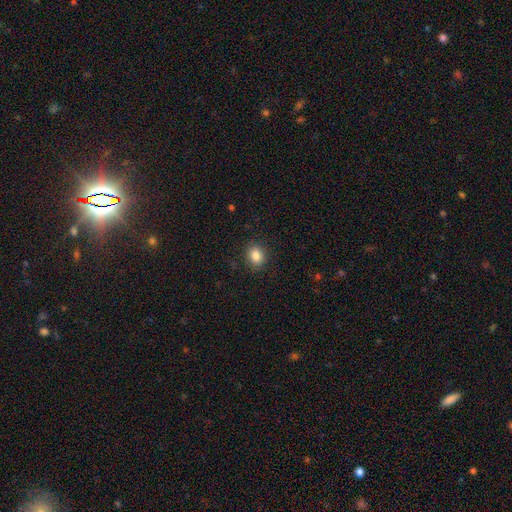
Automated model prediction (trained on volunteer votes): smooth 84%, star or artifact 10%, featured or disk 6%. Down the decision tree: how rounded — round (61%); merging — none (89%).